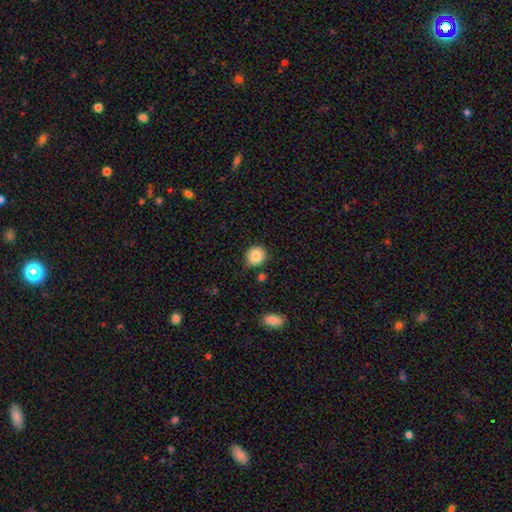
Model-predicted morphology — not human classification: The model was most divided on "merging": none: 81%, minor disturbance: 13%, merger: 3%, major disturbance: 3%. More confident: smooth or featured — smooth (86%); how rounded — round (85%).